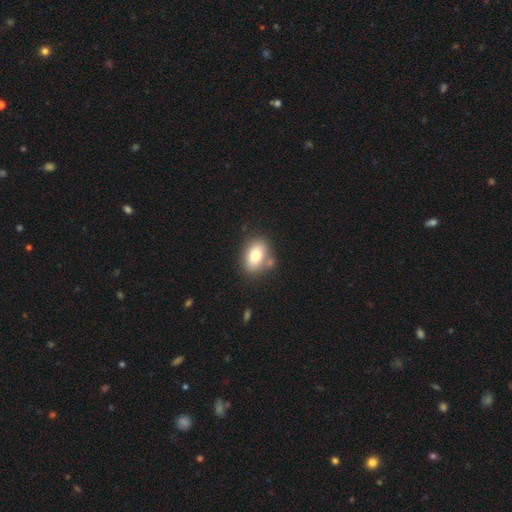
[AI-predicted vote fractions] Smooth or featured? Predicted: smooth (p=0.74). How rounded? Predicted: in between (p=0.80). Merging? Predicted: none (p=0.71).